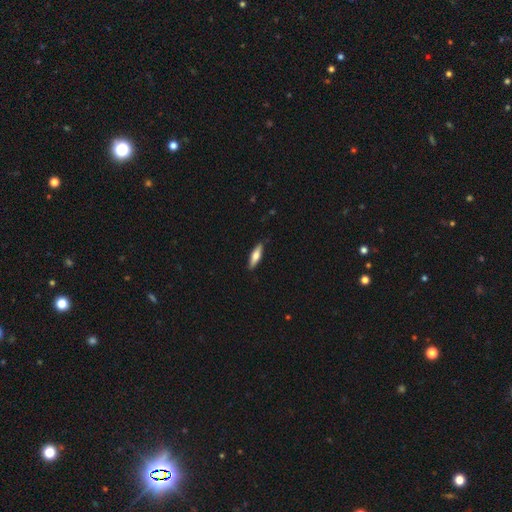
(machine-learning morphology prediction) Q: Smooth or featured?
A: smooth (64%); runner-up: featured or disk (30%)
Q: How rounded?
A: cigar-shaped (63%); runner-up: in between (35%)
Q: Merging?
A: none (86%); runner-up: minor disturbance (11%)